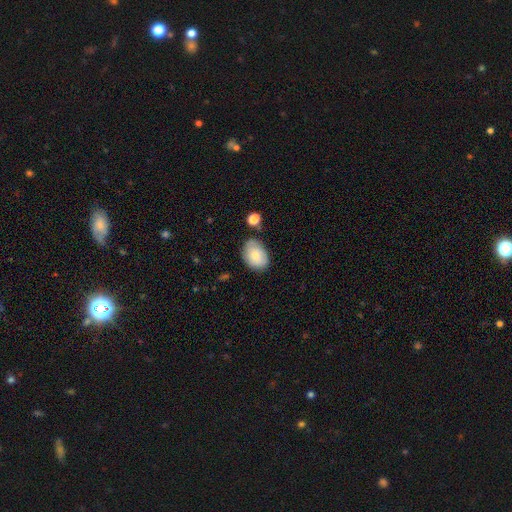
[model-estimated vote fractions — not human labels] This is likely a smooth galaxy (76%). How rounded: clearly in between (81%). Merging: likely none (67%).